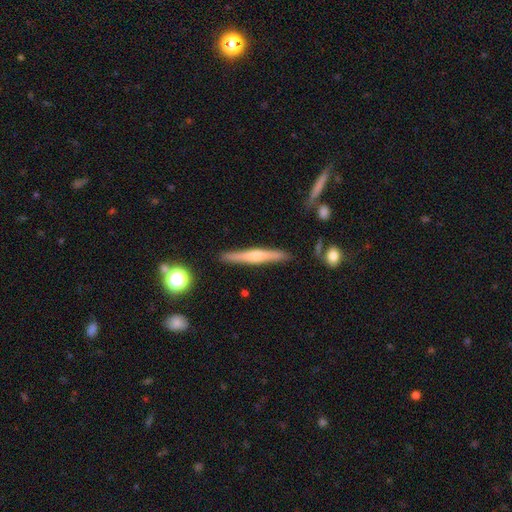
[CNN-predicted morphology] Overall: featured or disk (57%; smooth 36%). Edge-on disk: yes (97%). Edge-on bulge: rounded (70%). Merging: none (88%).